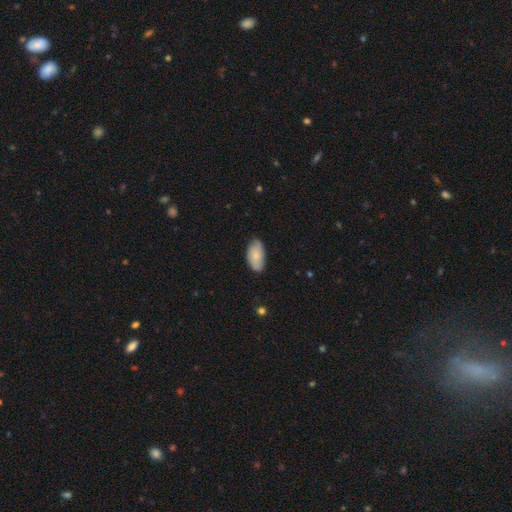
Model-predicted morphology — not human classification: The model was most divided on "merging": none: 69%, minor disturbance: 26%, major disturbance: 4%, merger: 1%. More confident: how rounded — in between (94%); smooth or featured — smooth (71%).